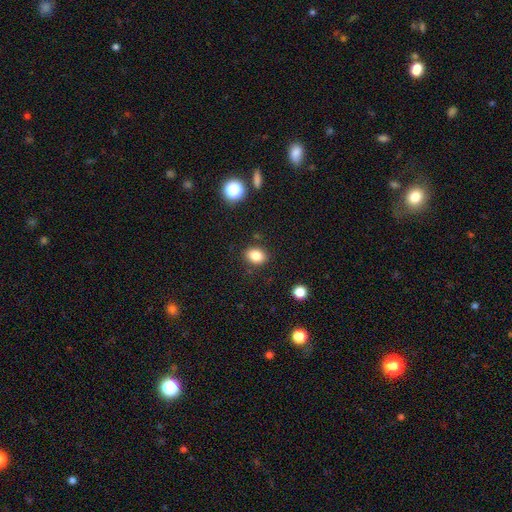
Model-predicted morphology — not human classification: This appears to be a smooth galaxy with no disk features (84%) that is in between round and cigar-shaped (62%). Merging: none (86%).